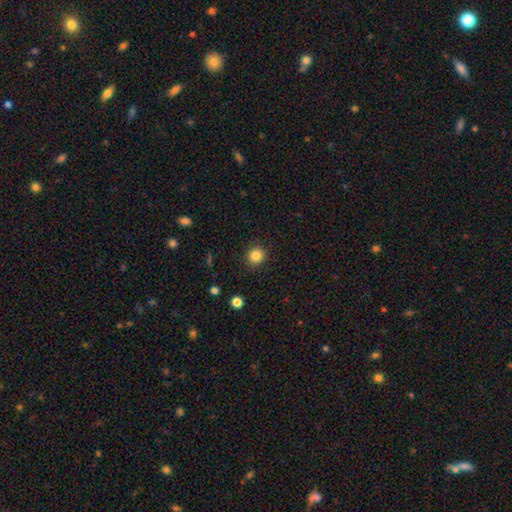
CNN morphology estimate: A smooth galaxy with no disk features (84%) that is round (88%). Merging: none (89%).